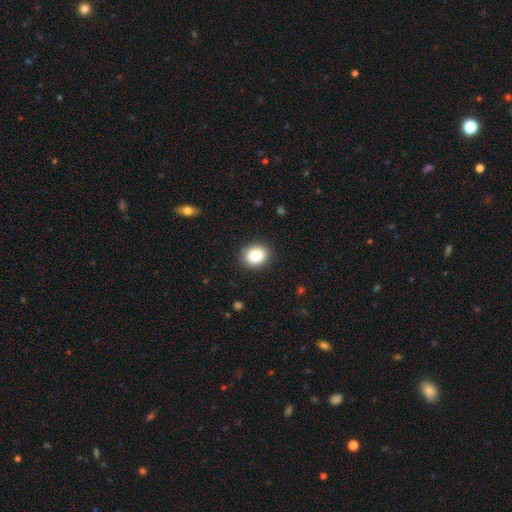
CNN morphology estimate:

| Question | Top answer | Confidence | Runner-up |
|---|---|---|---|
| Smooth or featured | smooth | 87% | star or artifact (9%) |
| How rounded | round | 58% | in between (41%) |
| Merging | none | 89% | minor disturbance (8%) |